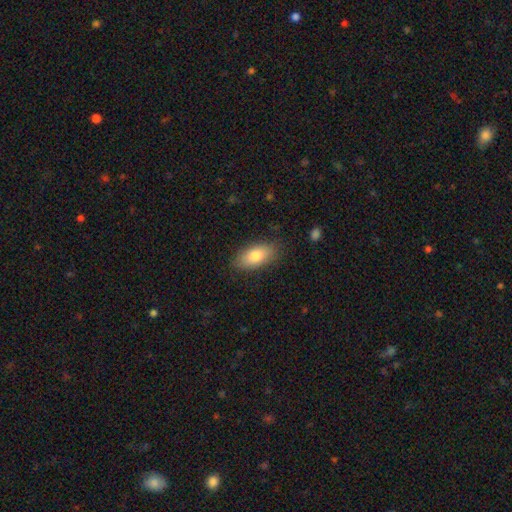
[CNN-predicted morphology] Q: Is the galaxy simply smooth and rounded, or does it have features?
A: smooth — 79%.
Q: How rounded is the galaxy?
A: in between — 89%.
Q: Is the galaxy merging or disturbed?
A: none — 84%.